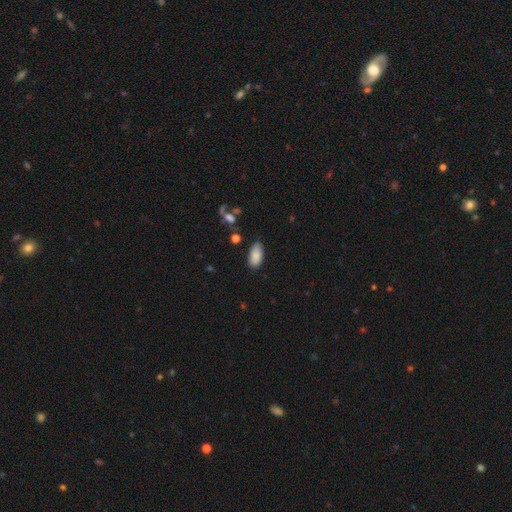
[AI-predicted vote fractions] Smooth or featured? smooth (86%)
How rounded? in between (94%)
Merging? none (80%)